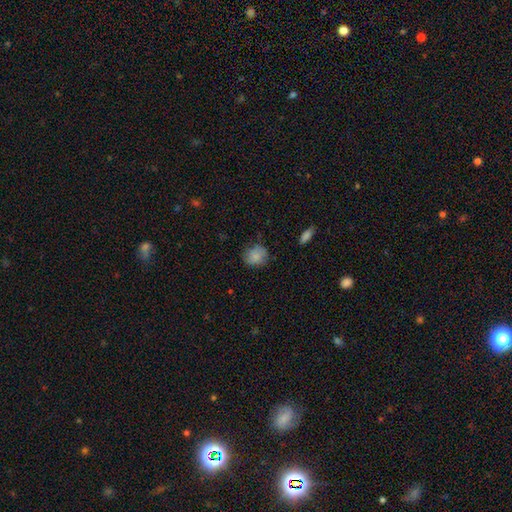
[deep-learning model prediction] Smooth or featured? Predicted: smooth (p=0.84). How rounded? Predicted: round (p=0.67). Merging? Predicted: none (p=0.73).